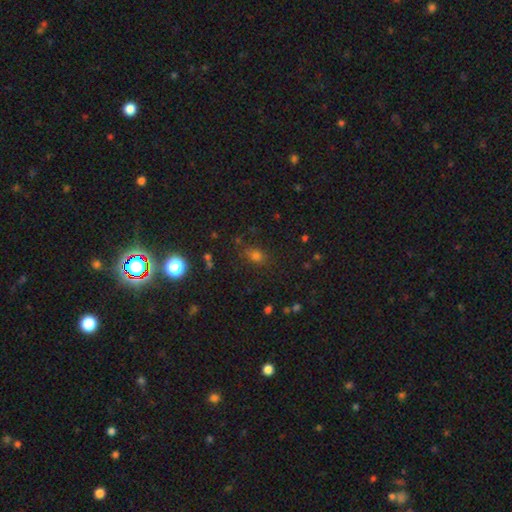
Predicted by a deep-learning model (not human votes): Overall: smooth (66%; star or artifact 27%). How rounded: in between (54%; round 44%). Merging: none (76%).